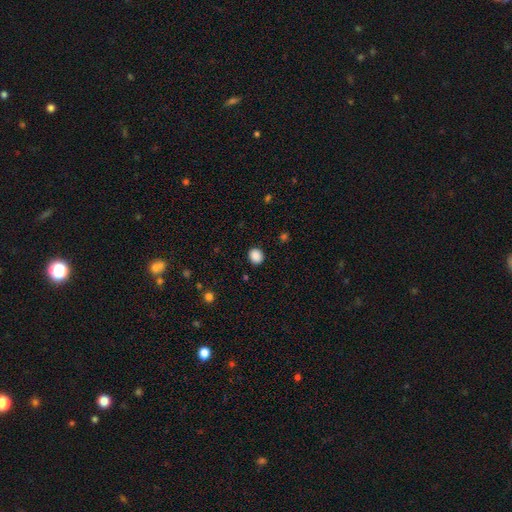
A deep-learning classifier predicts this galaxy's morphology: Smooth or featured? smooth (88%)
How rounded? round (76%)
Merging? none (90%)